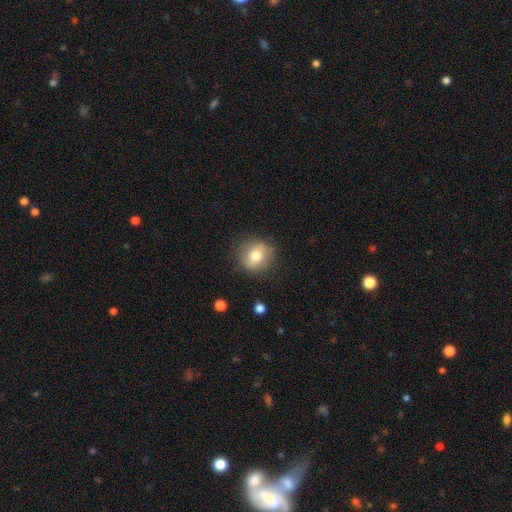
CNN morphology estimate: A smooth galaxy with no disk features (72%) that is round (87%).

Vote fractions:
- Smooth or featured? smooth: 72% / featured or disk: 19% / star or artifact: 9%
- How rounded? round: 87% / in between: 12% / cigar-shaped: 1%
- Merging? none: 82% / minor disturbance: 13% / major disturbance: 4% / merger: 1%